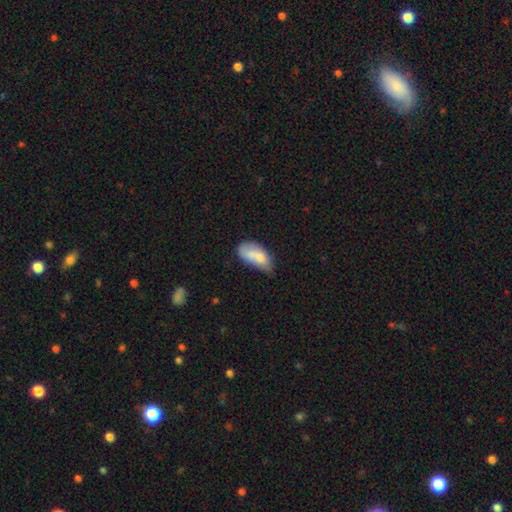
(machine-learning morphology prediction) This appears to be a smooth galaxy with no disk features (71%) that is in between round and cigar-shaped (92%). Merging: none (35%).